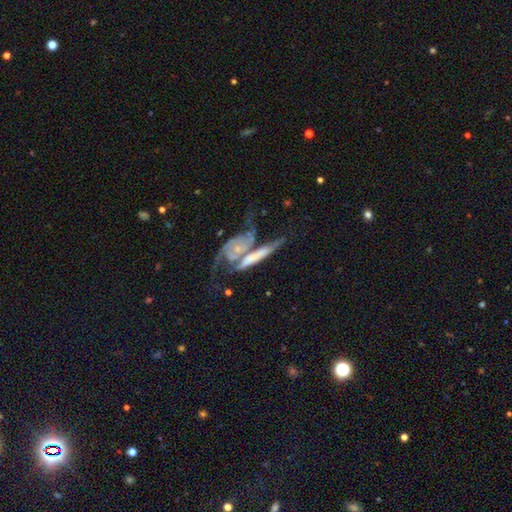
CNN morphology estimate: Smooth or featured?
  - featured or disk: 72% *
  - smooth: 20%
  - star or artifact: 8%
Edge-on disk?
  - no: 64% *
  - yes: 36%
Merging?
  - merger: 49% *
  - none: 27%
  - minor disturbance: 12%
  - major disturbance: 12%